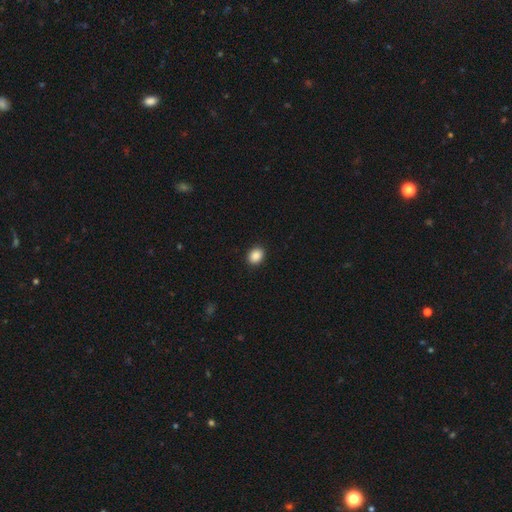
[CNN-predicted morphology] The model was most divided on "how rounded": round: 53%, in between: 46%, cigar-shaped: 1%. More confident: merging — none (92%); smooth or featured — smooth (88%).